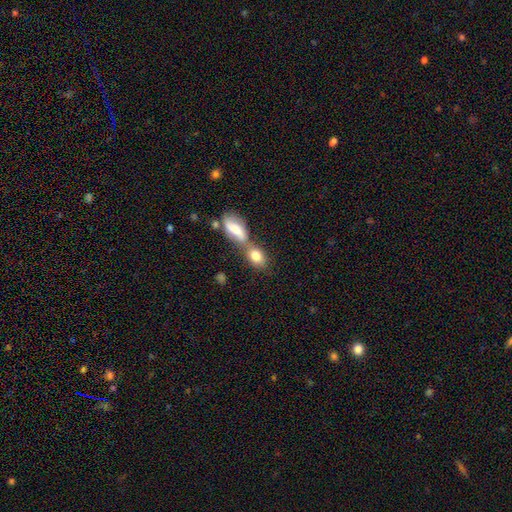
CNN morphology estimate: The model was most divided on "merging": merger: 51%, none: 34%, minor disturbance: 9%, major disturbance: 5%. More confident: smooth or featured — smooth (79%); how rounded — in between (75%).